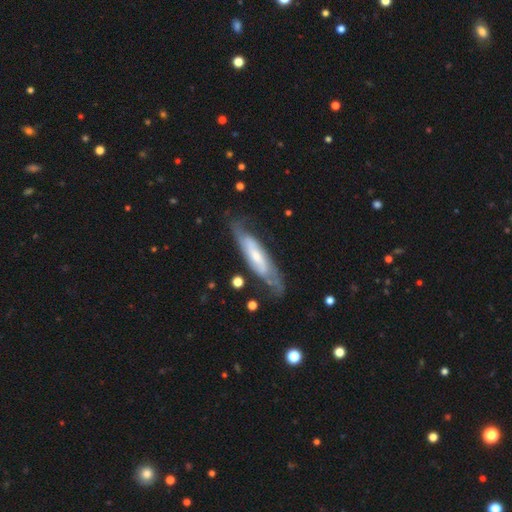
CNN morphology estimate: The model was most divided on "edge-on disk": no: 65%, yes: 35%. More confident: smooth or featured — featured or disk (70%); merging — none (68%).